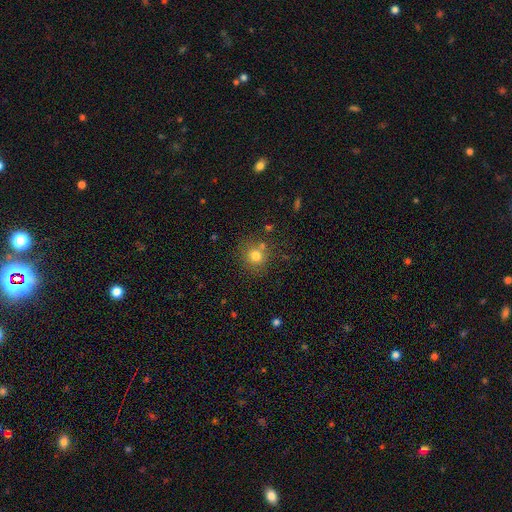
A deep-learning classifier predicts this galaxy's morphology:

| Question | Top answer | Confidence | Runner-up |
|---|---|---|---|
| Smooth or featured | smooth | 76% | star or artifact (14%) |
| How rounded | round | 89% | in between (11%) |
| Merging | none | 72% | merger (14%) |